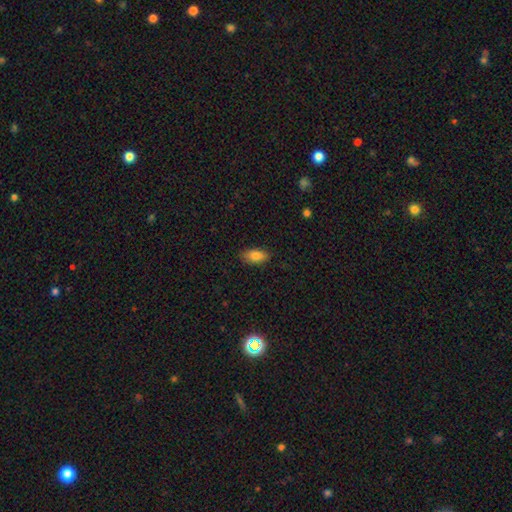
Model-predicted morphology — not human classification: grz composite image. It shows a smooth galaxy with no disk features (84%) that is in between round and cigar-shaped (90%). Merging: none (85%).